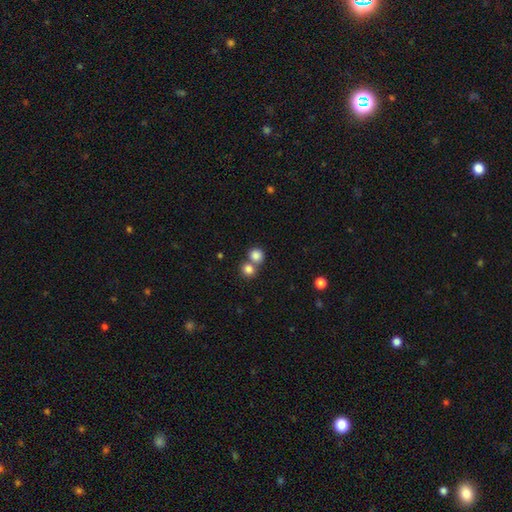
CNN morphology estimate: This appears to be a smooth galaxy with no disk features (83%) that is round (86%). Merging: none (50%).